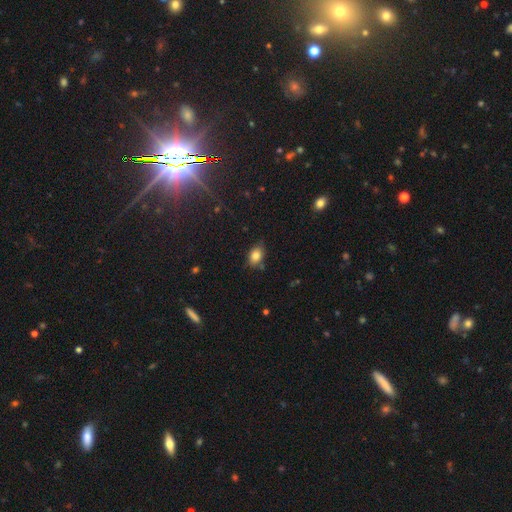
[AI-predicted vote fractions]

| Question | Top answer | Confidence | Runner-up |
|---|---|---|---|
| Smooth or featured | smooth | 82% | star or artifact (10%) |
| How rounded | in between | 77% | round (21%) |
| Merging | none | 76% | minor disturbance (18%) |